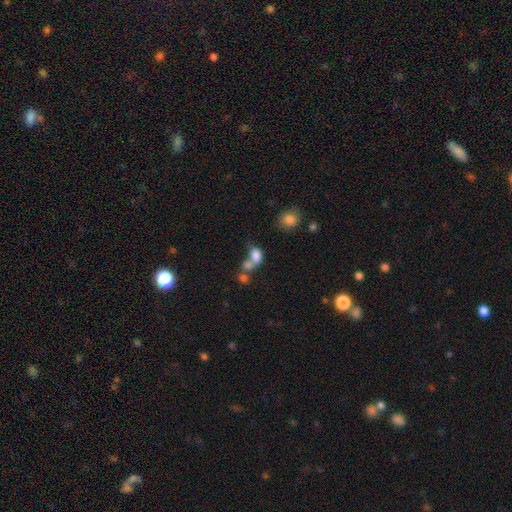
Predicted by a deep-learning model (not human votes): A smooth galaxy with no disk features (74%) that is in between round and cigar-shaped (73%). Merging: merger (59%).